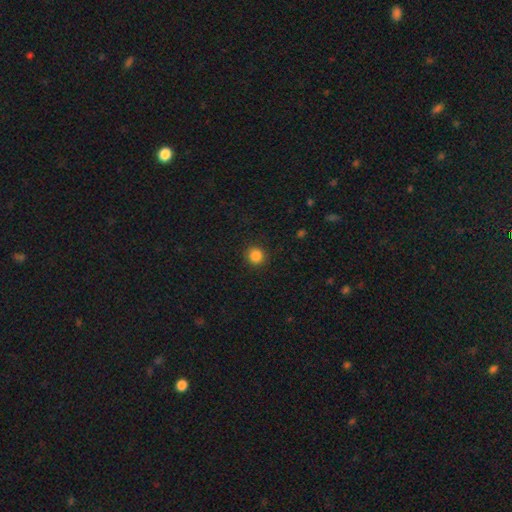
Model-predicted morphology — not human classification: This is clearly a smooth galaxy (86%). How rounded: clearly round (93%). Merging: clearly none (91%).